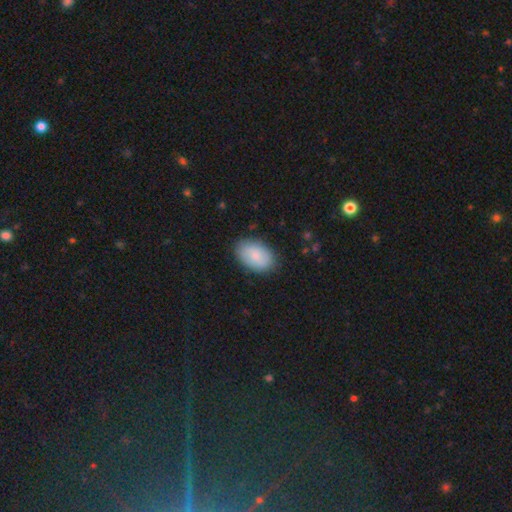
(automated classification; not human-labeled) A smooth galaxy with no disk features (78%) that is in between round and cigar-shaped (90%).

Vote fractions:
- Smooth or featured? smooth: 78% / featured or disk: 16% / star or artifact: 6%
- How rounded? in between: 90% / round: 9% / cigar-shaped: 1%
- Merging? none: 84% / minor disturbance: 12% / major disturbance: 3% / merger: 1%